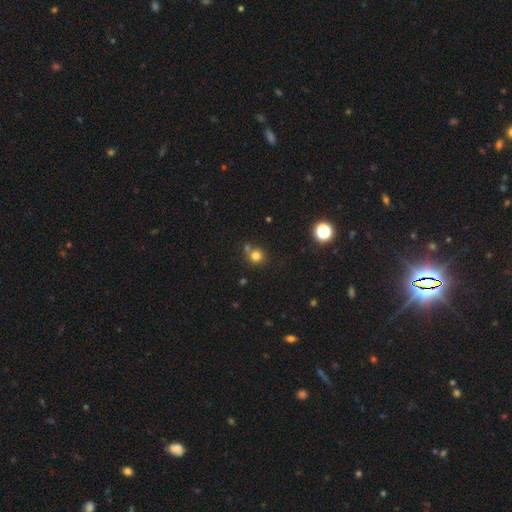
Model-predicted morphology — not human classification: The model was most divided on "merging": none: 66%, merger: 21%, minor disturbance: 9%, major disturbance: 3%. More confident: how rounded — round (90%); smooth or featured — smooth (78%).